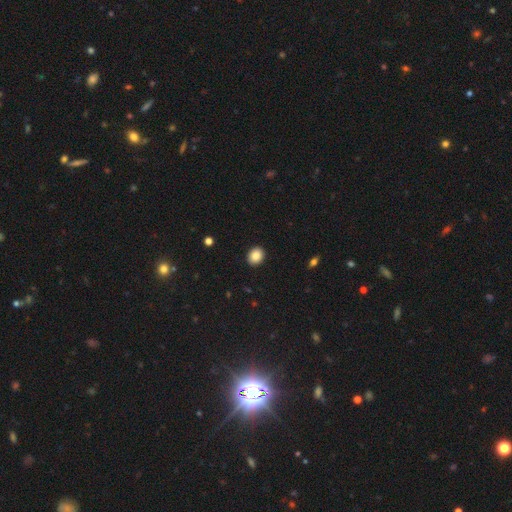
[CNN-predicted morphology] Q: Smooth or featured?
A: smooth (87%); runner-up: star or artifact (9%)
Q: How rounded?
A: round (58%); runner-up: in between (41%)
Q: Merging?
A: none (92%); runner-up: minor disturbance (6%)